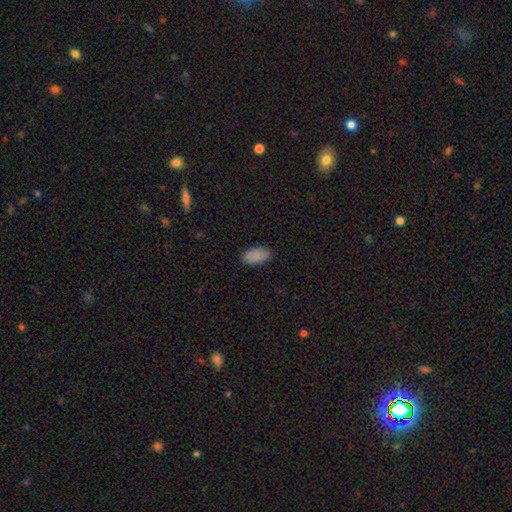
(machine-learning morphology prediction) This is clearly a smooth galaxy (89%). How rounded: clearly in between (95%). Merging: clearly none (87%).